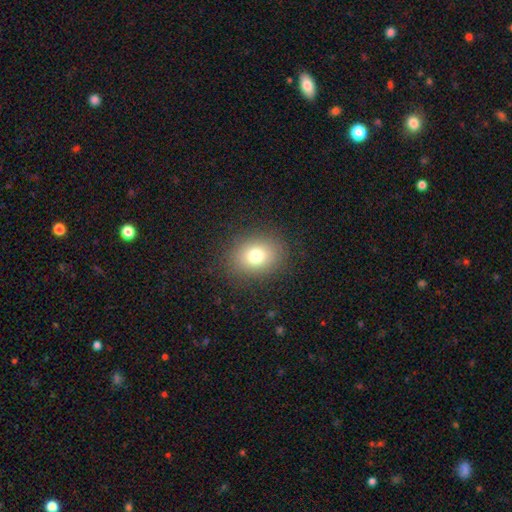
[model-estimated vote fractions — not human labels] smooth 76%, star or artifact 13%, featured or disk 10%. Down the decision tree: how rounded — round (55%); merging — none (87%).